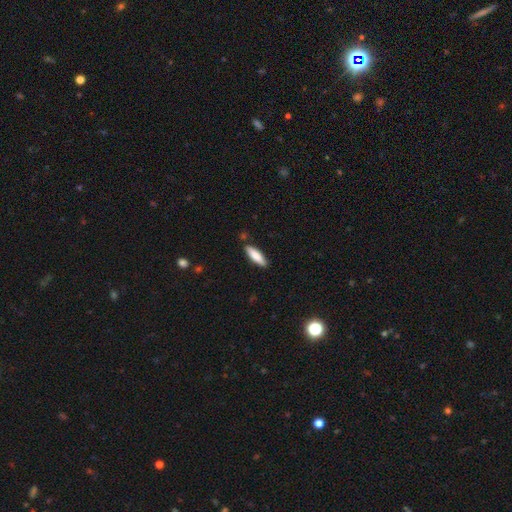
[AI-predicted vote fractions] A smooth galaxy with no disk features (80%) that is cigar-shaped (62%). Merging: none (86%).